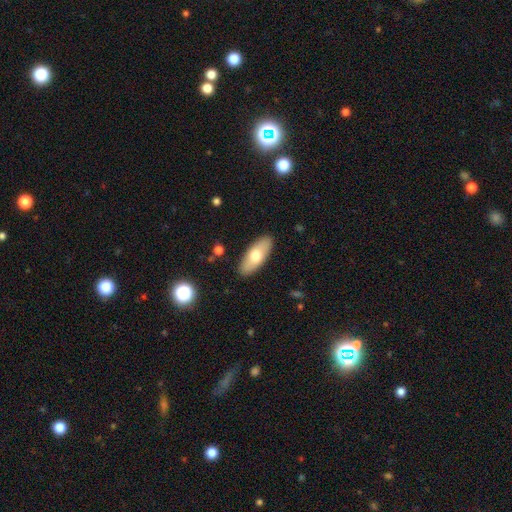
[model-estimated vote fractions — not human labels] Smooth or featured: smooth — 69% (featured or disk — 25%)
How rounded: in between — 80% (cigar-shaped — 18%)
Merging: none — 89% (minor disturbance — 8%)